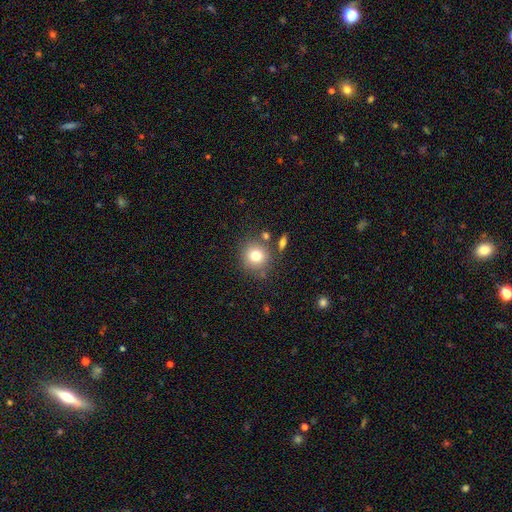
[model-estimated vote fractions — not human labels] smooth_or_featured: smooth (p=0.77) [alt: star or artifact p=0.11]
how_rounded: round (p=0.89) [alt: in between p=0.10]
merging: none (p=0.76) [alt: minor disturbance p=0.11]